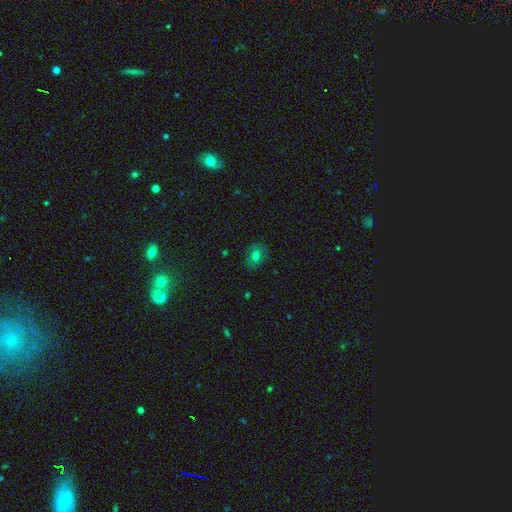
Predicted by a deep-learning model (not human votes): Smooth or featured: smooth — 70% (featured or disk — 16%)
How rounded: in between — 49% (tied with round — 49%)
Merging: none — 80% (minor disturbance — 15%)